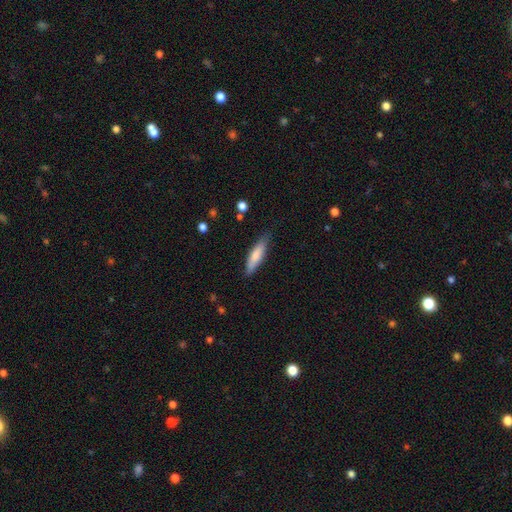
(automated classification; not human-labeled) smooth_or_featured: smooth (p=0.75) [alt: featured or disk p=0.19]
how_rounded: cigar-shaped (p=0.65) [alt: in between p=0.33]
merging: none (p=0.79) [alt: minor disturbance p=0.16]